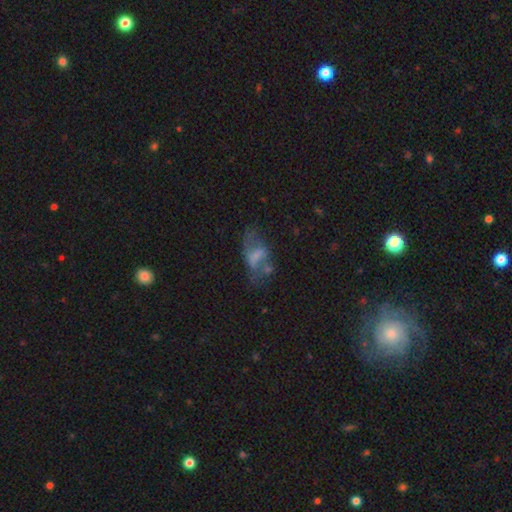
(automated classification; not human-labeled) Morphology: type=featured or disk (48%); merging=none (40%).